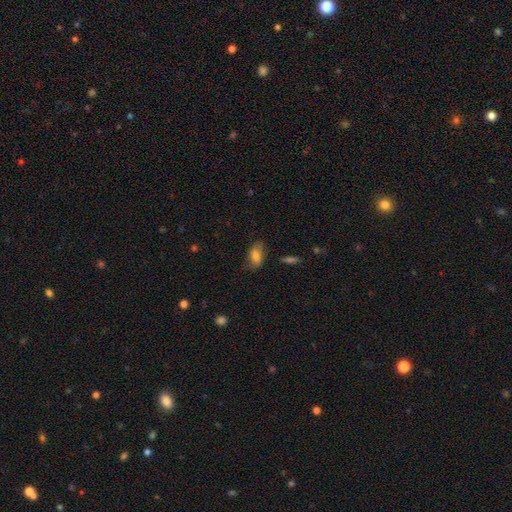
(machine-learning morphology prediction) This appears to be a smooth galaxy with no disk features (75%) that is in between round and cigar-shaped (88%). Merging: none (69%).